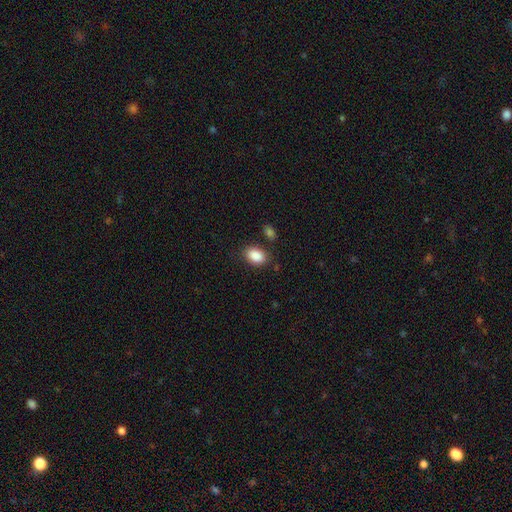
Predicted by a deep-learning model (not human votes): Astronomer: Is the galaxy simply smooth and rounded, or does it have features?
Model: smooth — 89%.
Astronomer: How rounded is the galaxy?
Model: in between — 88%.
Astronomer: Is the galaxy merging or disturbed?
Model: none — 79%.